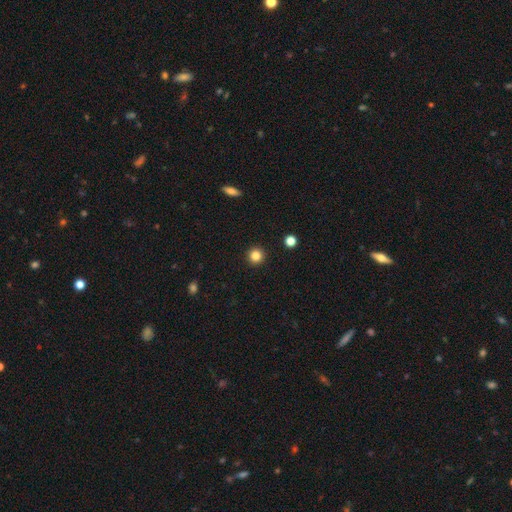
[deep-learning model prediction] This appears to be a smooth galaxy with no disk features (84%) that is round (95%). Merging: none (93%).